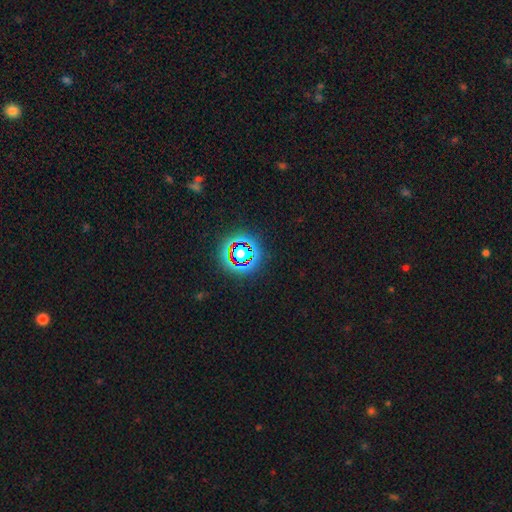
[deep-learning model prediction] smooth-or-featured: star or artifact: 77% | smooth: 14% | featured or disk: 9%